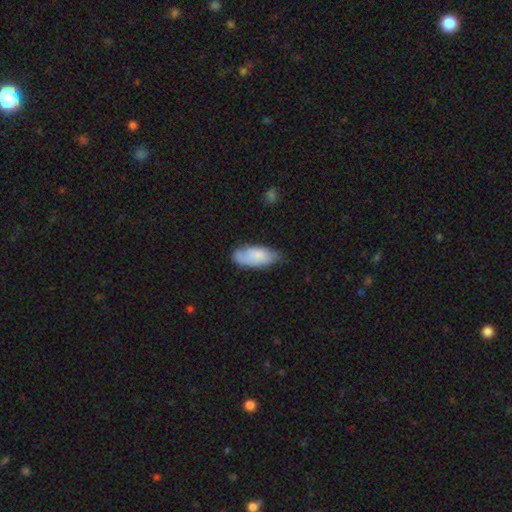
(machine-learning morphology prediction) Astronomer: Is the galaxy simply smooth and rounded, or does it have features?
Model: smooth — 73%.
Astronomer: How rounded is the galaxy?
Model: in between — 88%.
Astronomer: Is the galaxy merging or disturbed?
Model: none — 60%.